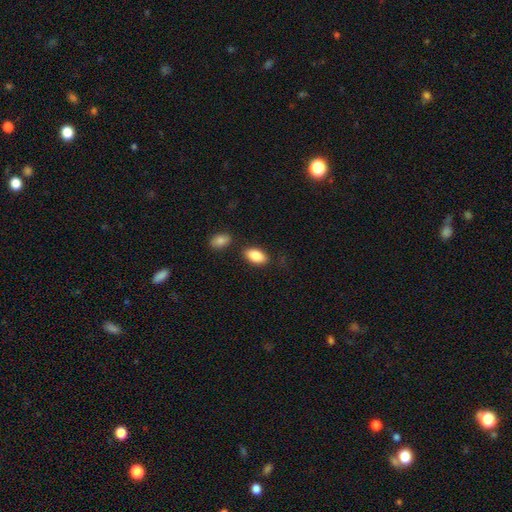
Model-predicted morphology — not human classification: Smooth or featured?
  - smooth: 87% *
  - star or artifact: 6%
  - featured or disk: 6%
How rounded?
  - in between: 93% *
  - round: 4%
  - cigar-shaped: 3%
Merging?
  - none: 80% *
  - minor disturbance: 12%
  - merger: 6%
  - major disturbance: 3%